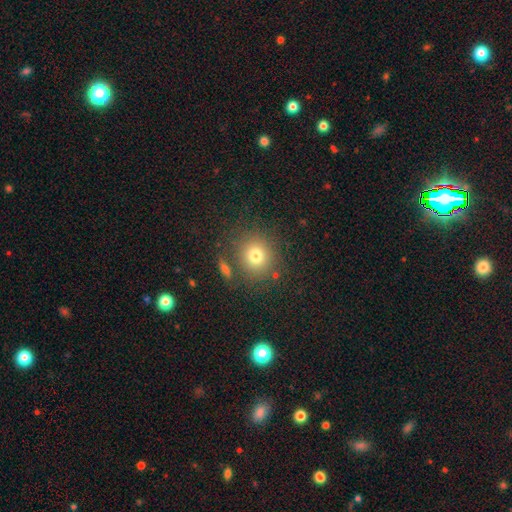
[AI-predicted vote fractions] Morphology: type=smooth (76%); roundness=round (87%); merging=none (80%).